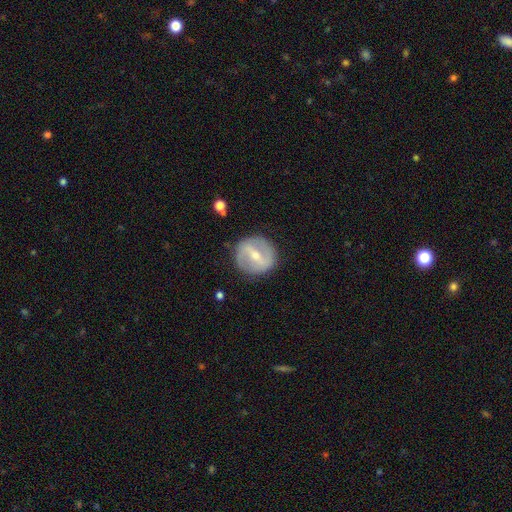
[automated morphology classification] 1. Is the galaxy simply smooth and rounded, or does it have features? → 72% featured or disk, 22% smooth, 6% star or artifact.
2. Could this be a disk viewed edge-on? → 94% no, 6% yes.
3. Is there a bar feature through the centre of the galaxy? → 58% strong, 33% weak, 10% no.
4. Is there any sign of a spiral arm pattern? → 61% yes, 39% no.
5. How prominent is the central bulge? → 49% small, 47% moderate, 2% large, 1% none, 1% dominant.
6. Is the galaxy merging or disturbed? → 85% none, 10% minor disturbance, 4% major disturbance, 1% merger.